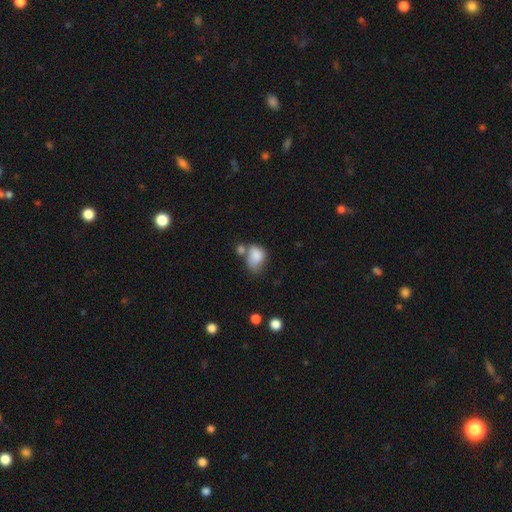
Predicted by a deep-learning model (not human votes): smooth 81%, featured or disk 10%, star or artifact 9%. Down the decision tree: how rounded — in between (70%); merging — merger (32%).